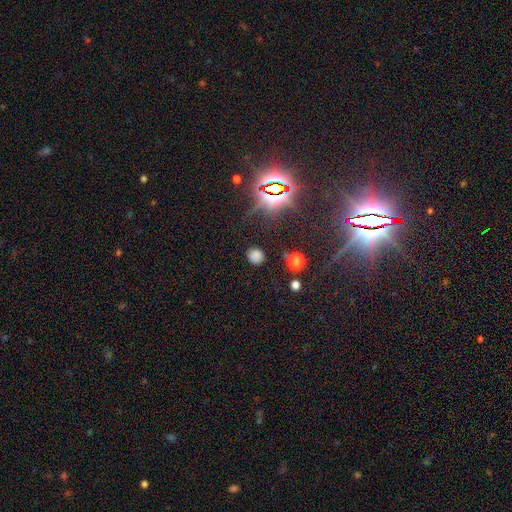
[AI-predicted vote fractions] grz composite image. It shows a smooth galaxy with no disk features (71%) that is round (84%). Merging: none (86%).